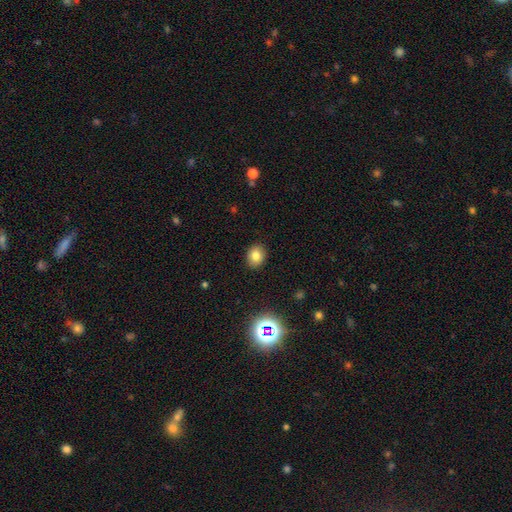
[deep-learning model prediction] Smooth or featured?
  - smooth: 80% *
  - star or artifact: 12%
  - featured or disk: 8%
How rounded?
  - round: 51% *
  - in between: 48%
  - cigar-shaped: 1%
Merging?
  - none: 89% *
  - minor disturbance: 7%
  - major disturbance: 2%
  - merger: 1%